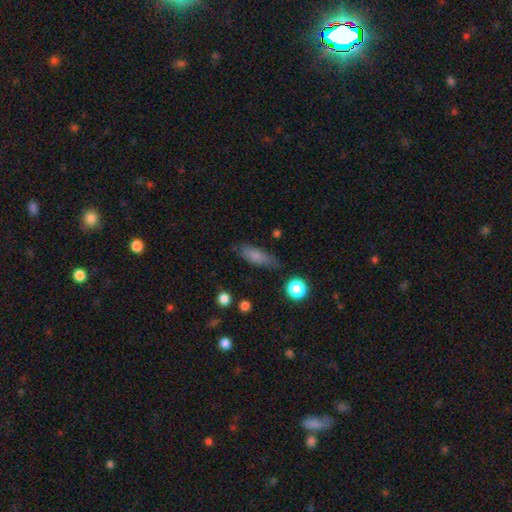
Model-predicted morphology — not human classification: A smooth galaxy with no disk features (78%) that is in between round and cigar-shaped (62%). Merging: none (74%).